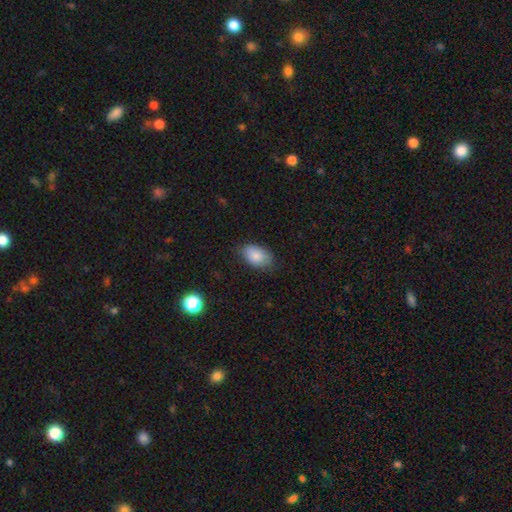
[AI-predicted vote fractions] Smooth or featured?
  - smooth: 83% *
  - featured or disk: 10%
  - star or artifact: 8%
How rounded?
  - in between: 89% *
  - round: 10%
  - cigar-shaped: 1%
Merging?
  - none: 74% *
  - minor disturbance: 20%
  - major disturbance: 4%
  - merger: 1%